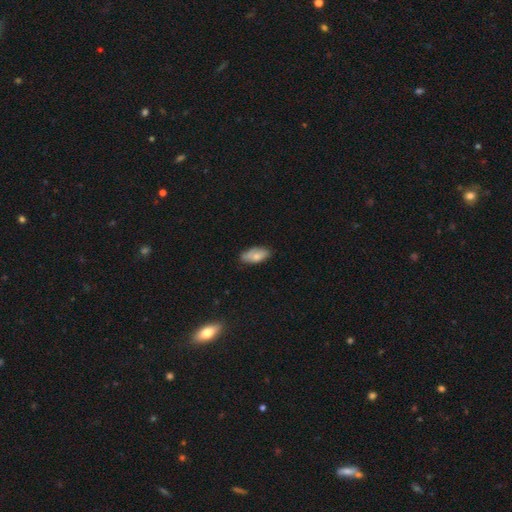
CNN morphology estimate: This appears to be a smooth galaxy with no disk features (66%) that is in between round and cigar-shaped (91%). Merging: none (68%).